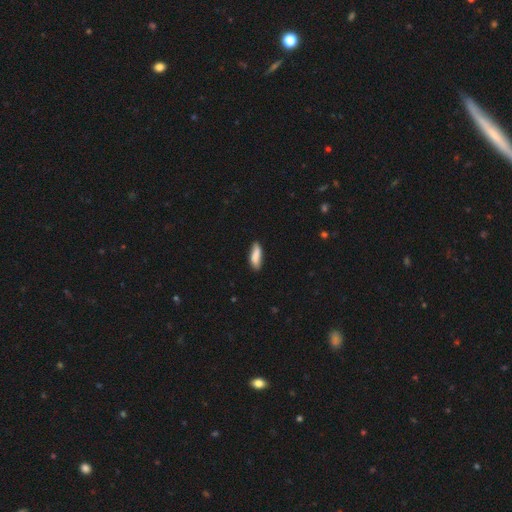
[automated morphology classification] smooth 84%, featured or disk 10%, star or artifact 6%. Down the decision tree: how rounded — in between (56%); merging — none (77%).